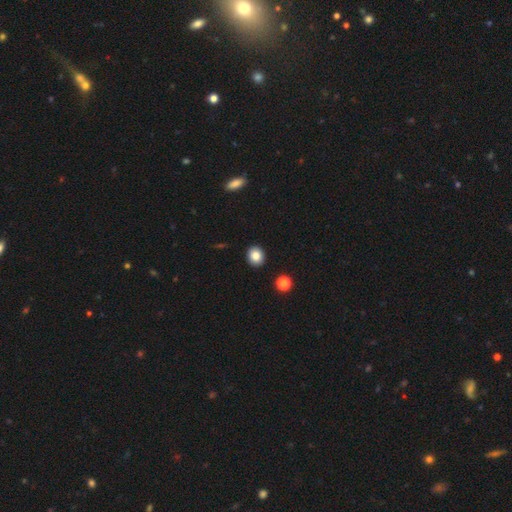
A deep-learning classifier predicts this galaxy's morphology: This appears to be a smooth galaxy with no disk features (85%) that is round (75%). Merging: none (91%).